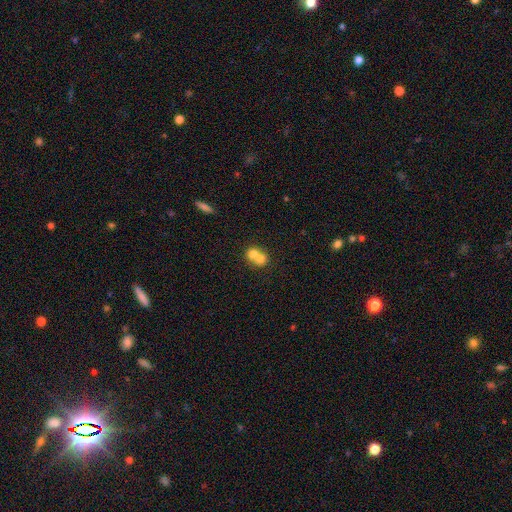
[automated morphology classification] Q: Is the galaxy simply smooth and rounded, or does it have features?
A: smooth — 71%.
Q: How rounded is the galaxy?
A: round — 76%.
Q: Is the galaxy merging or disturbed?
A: merger — 70%.